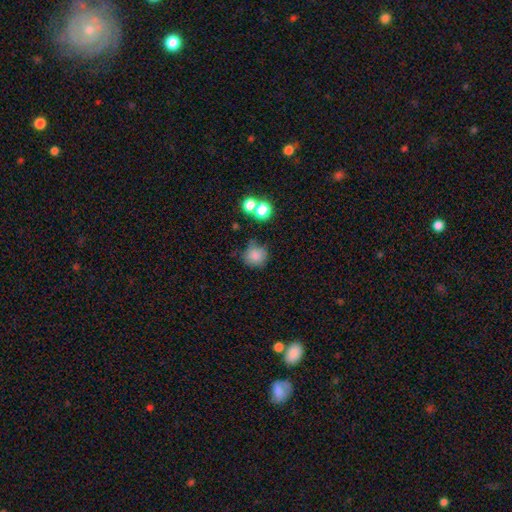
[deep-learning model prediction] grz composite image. It shows a smooth galaxy with no disk features (81%) that is round (89%). Merging: none (69%).